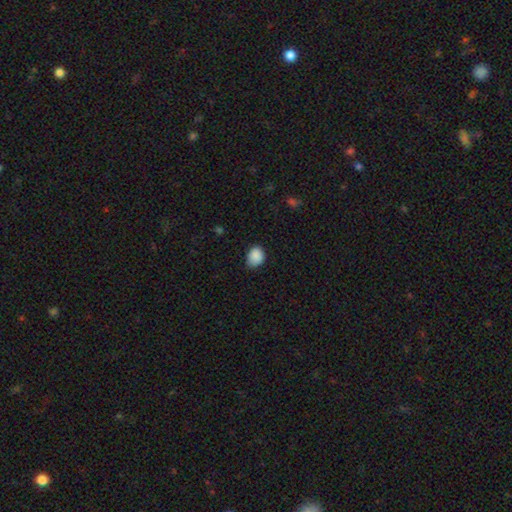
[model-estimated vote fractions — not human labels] Smooth or featured? smooth (88%)
How rounded? in between (55%)
Merging? none (64%)